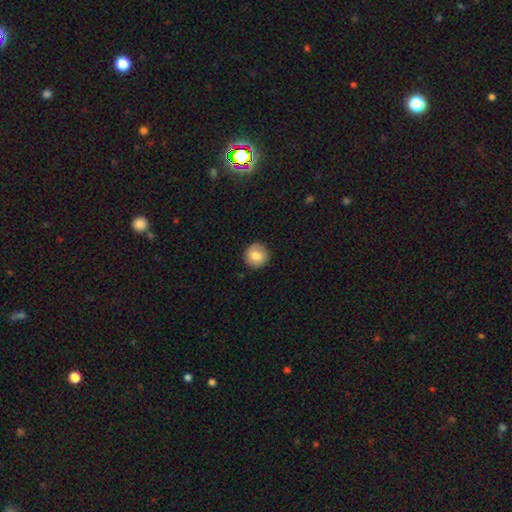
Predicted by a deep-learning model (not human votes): Smooth or featured: smooth — 82% (featured or disk — 10%)
How rounded: round — 94% (in between — 5%)
Merging: none — 90% (minor disturbance — 7%)